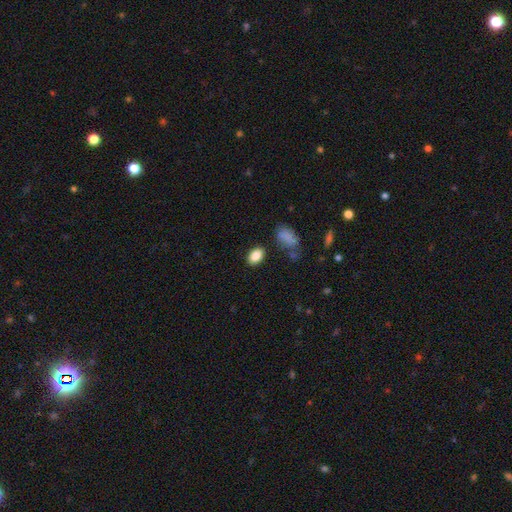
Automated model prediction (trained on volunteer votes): smooth 86%, star or artifact 8%, featured or disk 6%. Down the decision tree: how rounded — in between (87%); merging — none (83%).